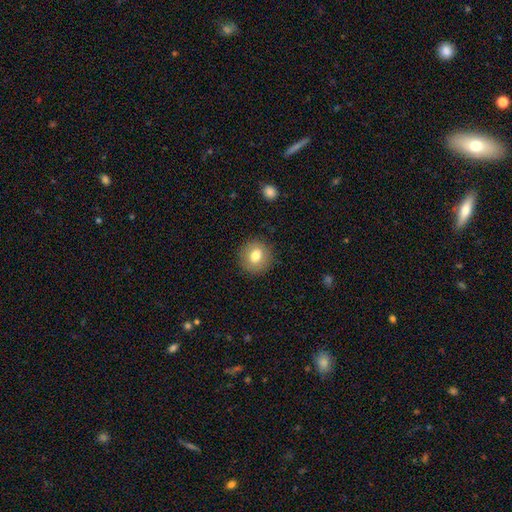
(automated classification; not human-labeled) Q: Smooth or featured?
A: smooth (78%); runner-up: featured or disk (13%)
Q: How rounded?
A: round (88%); runner-up: in between (11%)
Q: Merging?
A: none (89%); runner-up: minor disturbance (7%)